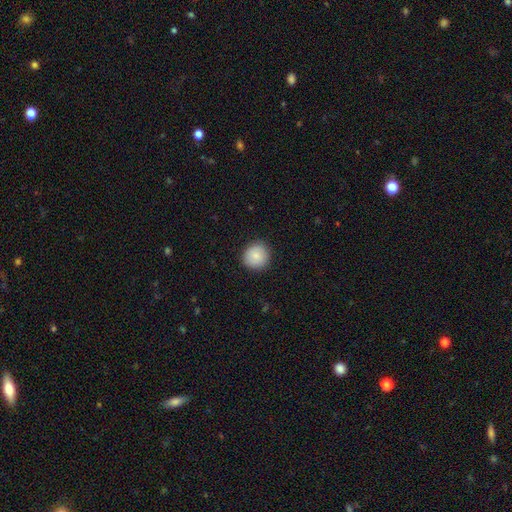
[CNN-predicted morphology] smooth_or_featured: smooth (p=0.85) [alt: star or artifact p=0.08]
how_rounded: round (p=0.92) [alt: in between p=0.07]
merging: none (p=0.89) [alt: minor disturbance p=0.08]